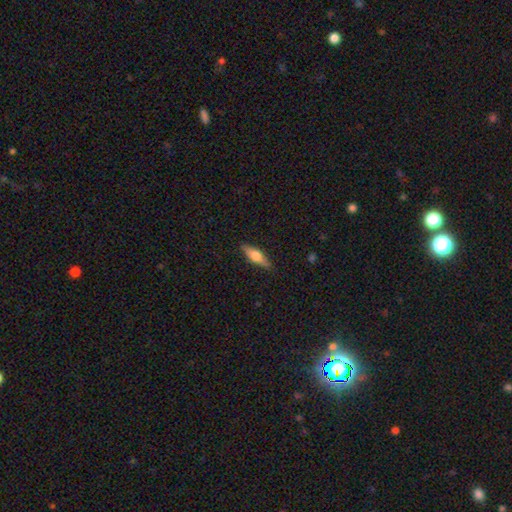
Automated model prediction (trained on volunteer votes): Q: Smooth or featured?
A: featured or disk (48%); runner-up: smooth (45%)
Q: Merging?
A: none (86%); runner-up: minor disturbance (10%)